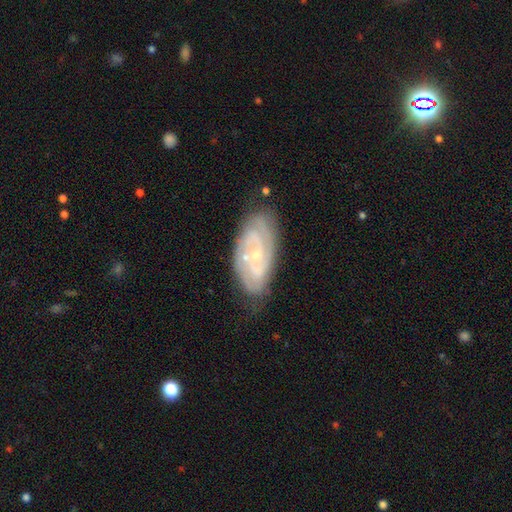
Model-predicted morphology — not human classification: A featured or disk galaxy (81%) with no bar (64%), 2 (39%) tight (64%) spiral arms (94%) and a small central bulge (72%).

Vote fractions:
- Smooth or featured? featured or disk: 81% / smooth: 12% / star or artifact: 7%
- Edge-on disk? no: 94% / yes: 6%
- Bar? no: 64% / weak: 29% / strong: 7%
- Spiral arms? yes: 94% / no: 6%
- Spiral winding? tight: 64% / medium: 29% / loose: 6%
- Spiral arm count? 2: 39% / can't tell: 27% / 3: 18% / 4: 7% / 1: 4% / more than 4: 4%
- Bulge size? small: 72% / moderate: 24% / none: 3% / large: 1% / dominant: 1%
- Merging? none: 74% / minor disturbance: 19% / major disturbance: 5% / merger: 3%